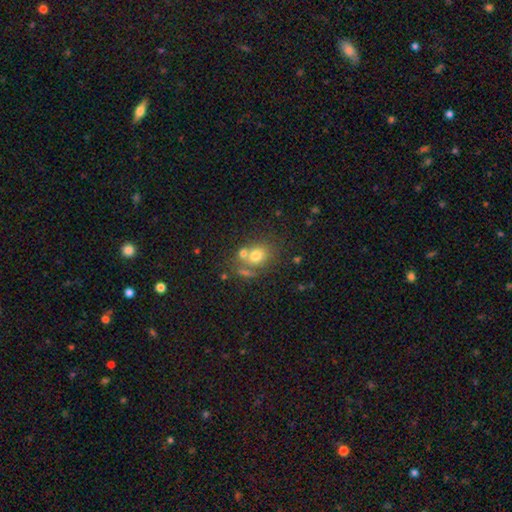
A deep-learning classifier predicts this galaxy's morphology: Smooth or featured: smooth — 70% (featured or disk — 16%)
How rounded: round — 64% (in between — 34%)
Merging: none — 49% (merger — 33%)